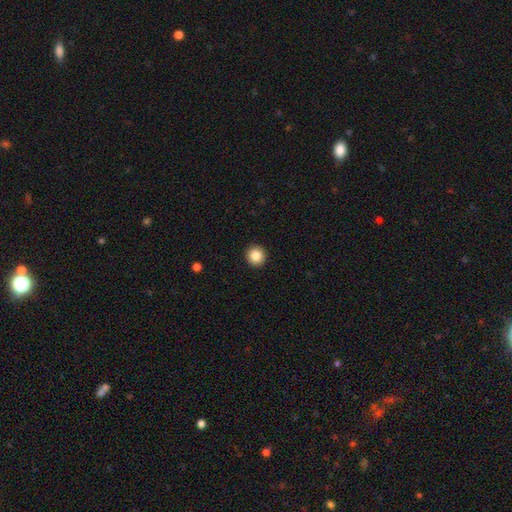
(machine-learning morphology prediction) Smooth or featured? smooth (85%)
How rounded? round (95%)
Merging? none (94%)